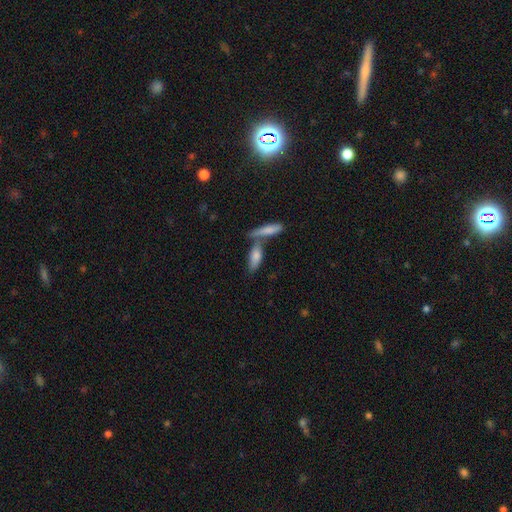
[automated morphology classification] smooth-or-featured: smooth: 69% | featured or disk: 22% | star or artifact: 9%
  how-rounded: in between: 55% | cigar-shaped: 42% | round: 3%
  merging: none: 44% | merger: 43% | minor disturbance: 9% | major disturbance: 3%